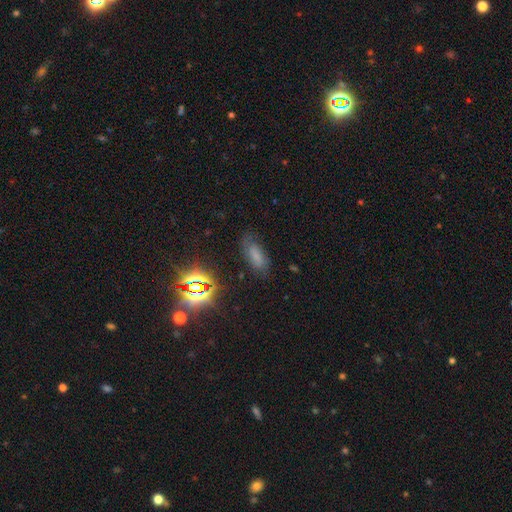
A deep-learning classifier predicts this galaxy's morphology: smooth 57%, star or artifact 25%, featured or disk 18%. Down the decision tree: how rounded — in between (76%); merging — none (68%).